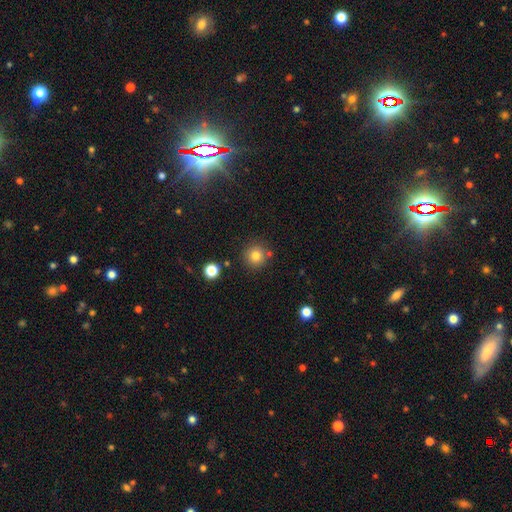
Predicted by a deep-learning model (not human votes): This appears to be a smooth galaxy with no disk features (81%) that is round (94%). Merging: none (82%).